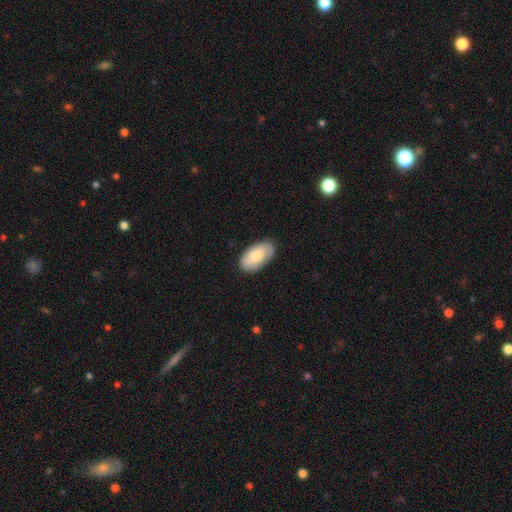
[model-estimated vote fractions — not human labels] The model was most divided on "smooth or featured": smooth: 75%, featured or disk: 20%, star or artifact: 5%. More confident: how rounded — in between (95%); merging — none (82%).